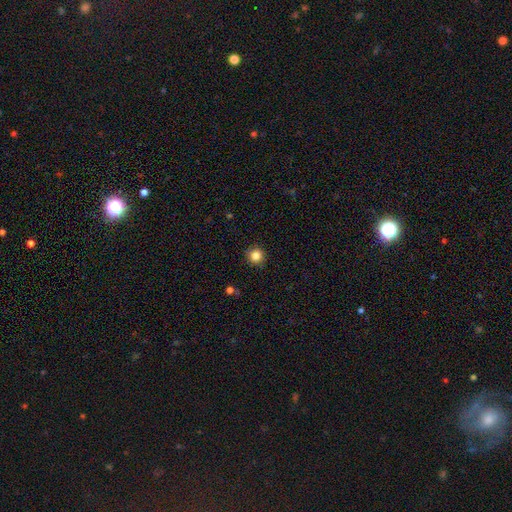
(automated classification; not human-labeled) Morphology: type=smooth (83%); roundness=round (94%); merging=none (91%).